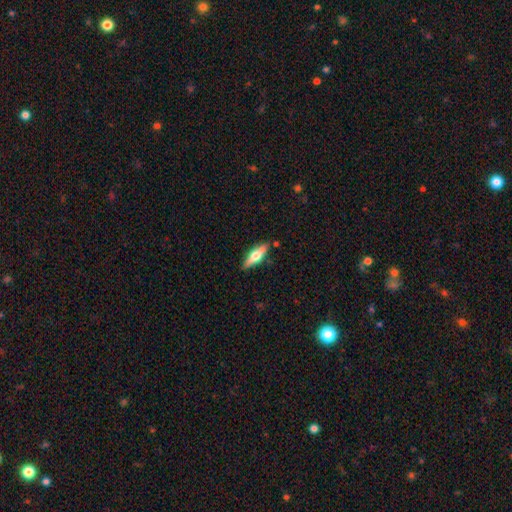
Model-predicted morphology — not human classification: smooth_or_featured: featured or disk (p=0.55) [alt: smooth p=0.40]
disk_edge_on: yes (p=0.94) [alt: no p=0.06]
edge_on_bulge: rounded (p=0.94) [alt: boxy p=0.04]
merging: none (p=0.86) [alt: minor disturbance p=0.10]